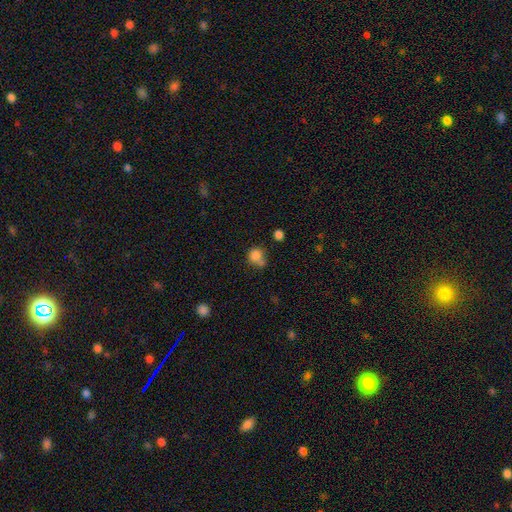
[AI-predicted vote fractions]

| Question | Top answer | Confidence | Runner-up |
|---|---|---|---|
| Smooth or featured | smooth | 81% | star or artifact (11%) |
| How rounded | round | 76% | in between (23%) |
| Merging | none | 43% | minor disturbance (27%) |